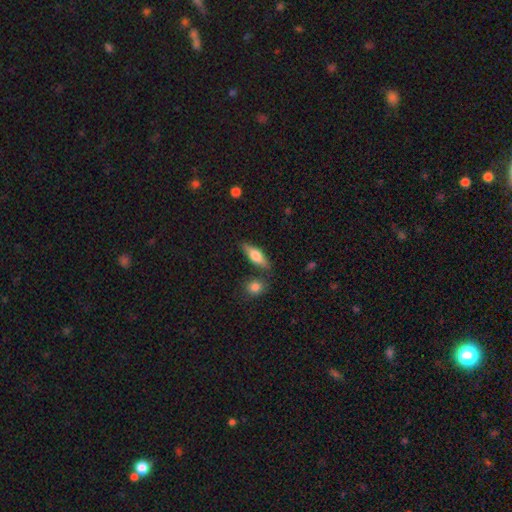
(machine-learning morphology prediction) The model was most divided on "how rounded": in between: 56%, cigar-shaped: 41%, round: 4%. More confident: merging — none (77%); smooth or featured — smooth (63%).